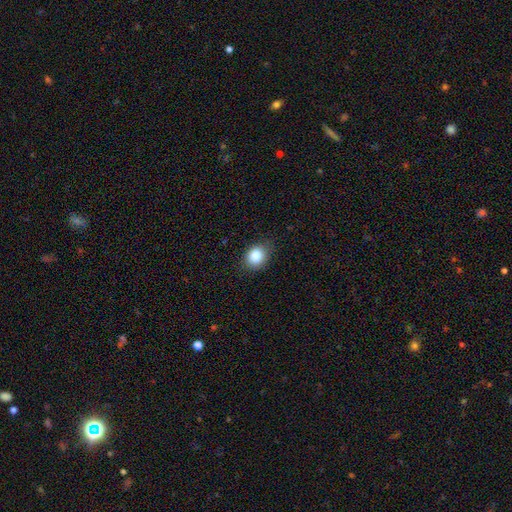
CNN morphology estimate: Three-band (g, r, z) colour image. It shows a smooth galaxy with no disk features (86%) that is round (53%). Merging: none (78%).